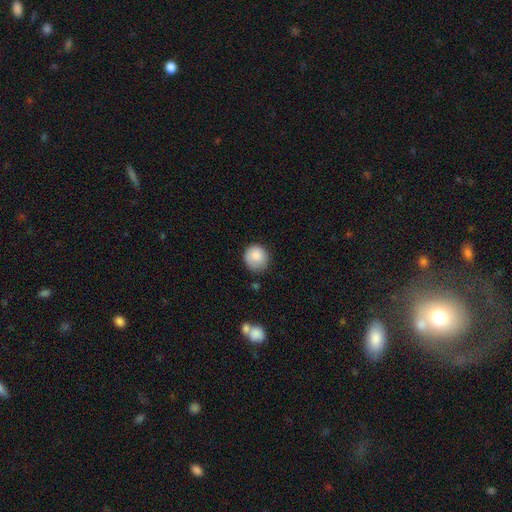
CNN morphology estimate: Q: Smooth or featured?
A: smooth (85%); runner-up: star or artifact (8%)
Q: How rounded?
A: round (89%); runner-up: in between (10%)
Q: Merging?
A: none (74%); runner-up: minor disturbance (20%)